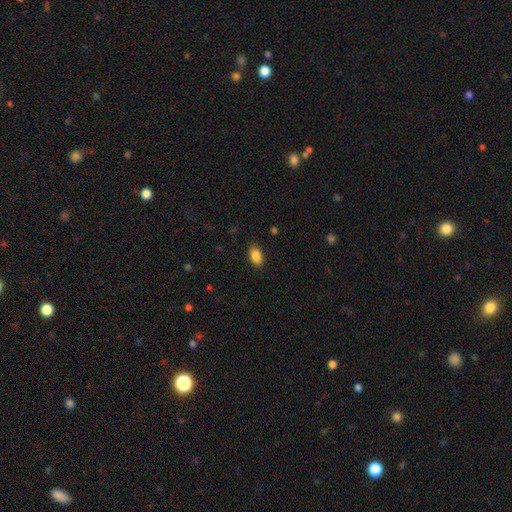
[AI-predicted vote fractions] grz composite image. It shows a smooth galaxy with no disk features (88%) that is in between round and cigar-shaped (92%). Merging: none (87%).